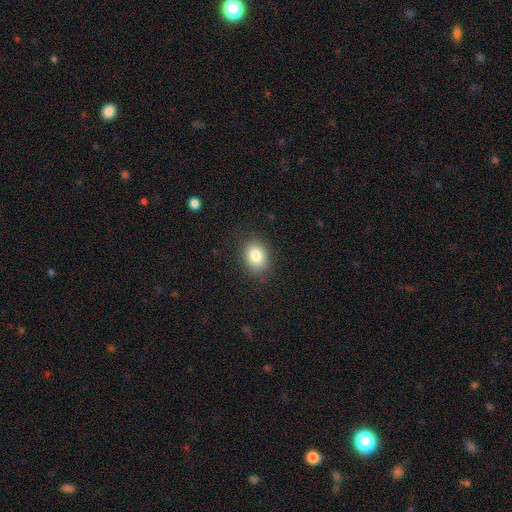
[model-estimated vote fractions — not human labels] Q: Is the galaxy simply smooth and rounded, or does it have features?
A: smooth — 82%.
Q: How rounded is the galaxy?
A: in between — 56%.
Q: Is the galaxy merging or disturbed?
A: none — 85%.